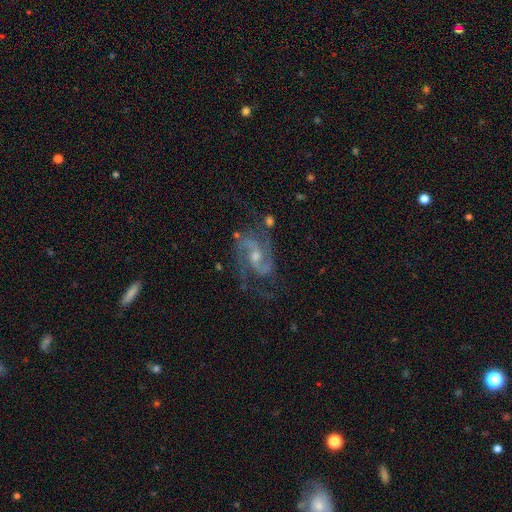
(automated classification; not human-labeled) Q: Smooth or featured?
A: featured or disk (90%); runner-up: star or artifact (6%)
Q: Edge-on disk?
A: no (97%); runner-up: yes (3%)
Q: Bar?
A: weak (47%); runner-up: no (40%)
Q: Spiral arms?
A: yes (98%); runner-up: no (2%)
Q: Spiral winding?
A: medium (60%); runner-up: tight (21%)
Q: Spiral arm count?
A: 2 (90%); runner-up: 3 (3%)
Q: Bulge size?
A: moderate (52%); runner-up: small (40%)
Q: Merging?
A: none (68%); runner-up: minor disturbance (19%)